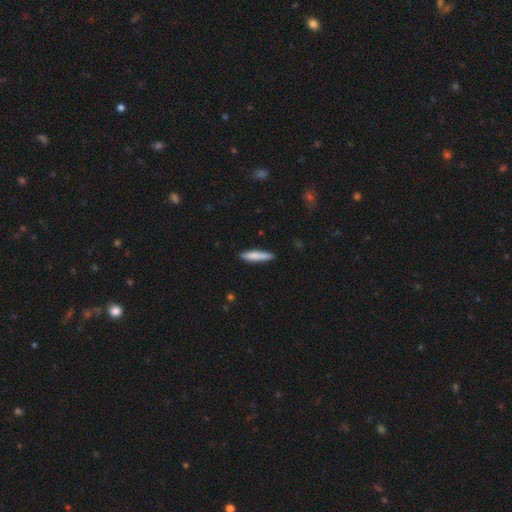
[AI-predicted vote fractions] This appears to be a smooth galaxy with no disk features (81%) that is cigar-shaped (89%). Merging: none (88%).